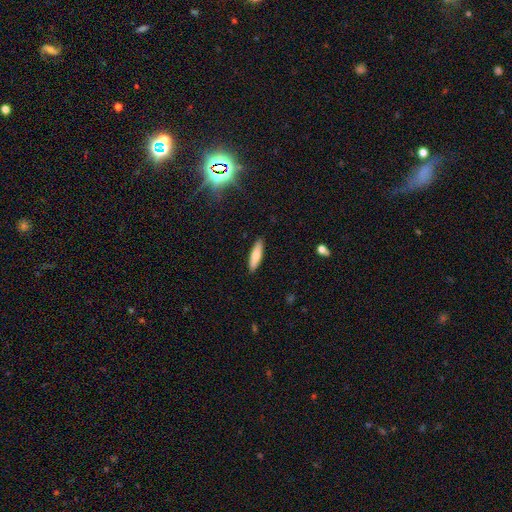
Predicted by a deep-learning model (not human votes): smooth_or_featured: smooth (p=0.68) [alt: featured or disk p=0.26]
how_rounded: cigar-shaped (p=0.71) [alt: in between p=0.27]
merging: none (p=0.90) [alt: minor disturbance p=0.07]